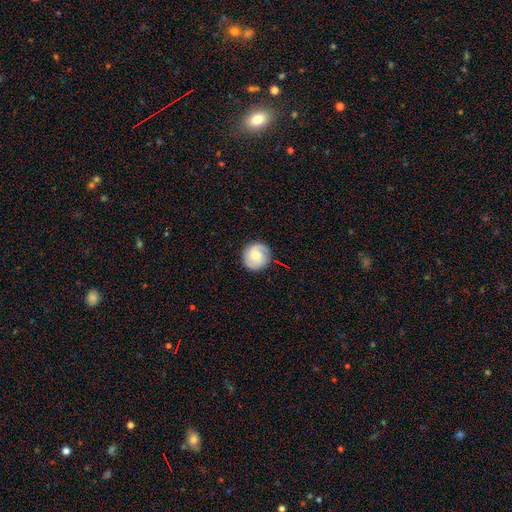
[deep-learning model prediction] Morphology: type=smooth (49%); merging=none (85%).